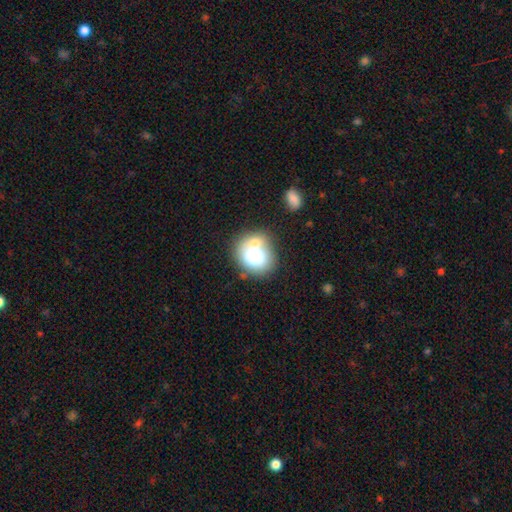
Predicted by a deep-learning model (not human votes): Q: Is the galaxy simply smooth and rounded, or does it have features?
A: smooth — 74%.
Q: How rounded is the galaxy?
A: round — 59%.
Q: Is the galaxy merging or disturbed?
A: none — 41%.